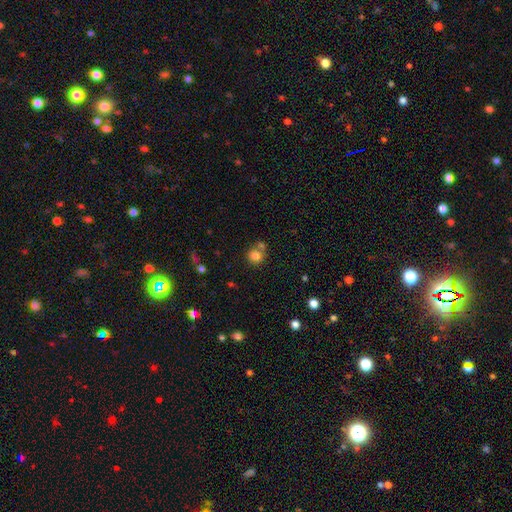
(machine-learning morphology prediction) type=smooth (81%); roundness=round (89%); merging=none (61%).